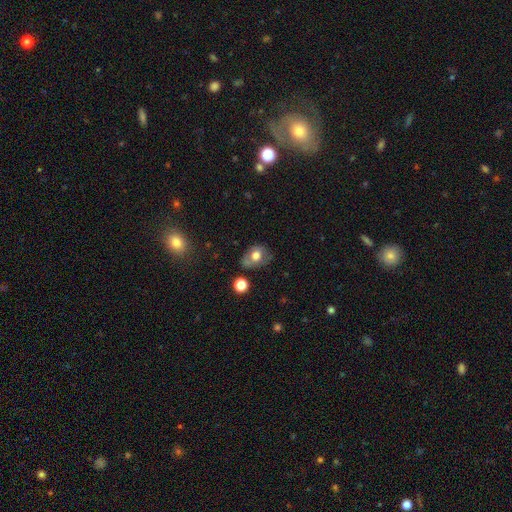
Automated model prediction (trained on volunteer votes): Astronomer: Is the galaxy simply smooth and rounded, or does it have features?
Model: smooth — 63%.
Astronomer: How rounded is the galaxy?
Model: in between — 58% (runner-up: round, 40%).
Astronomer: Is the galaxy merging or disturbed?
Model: none — 54%.